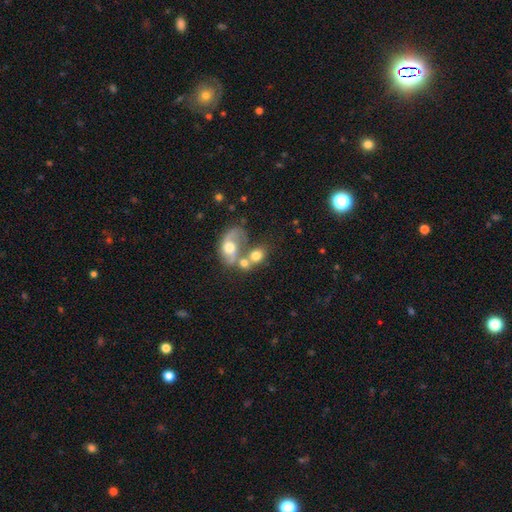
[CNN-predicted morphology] smooth-or-featured: smooth: 61% | featured or disk: 28% | star or artifact: 11%
  how-rounded: in between: 54% | round: 45% | cigar-shaped: 2%
  merging: merger: 53% | none: 27% | minor disturbance: 10% | major disturbance: 10%